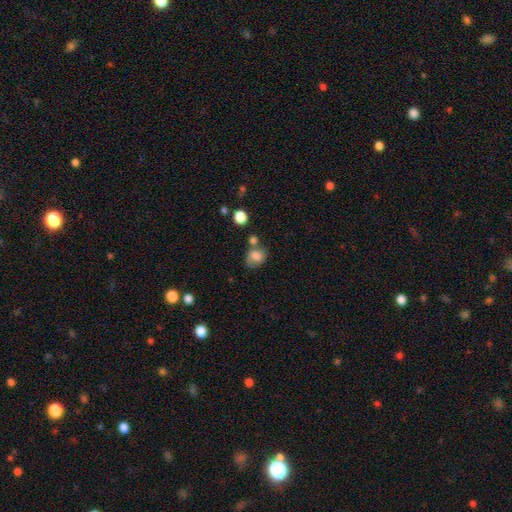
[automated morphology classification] This is likely a smooth galaxy (73%). How rounded: possibly round (51%). Merging: possibly none (49%).